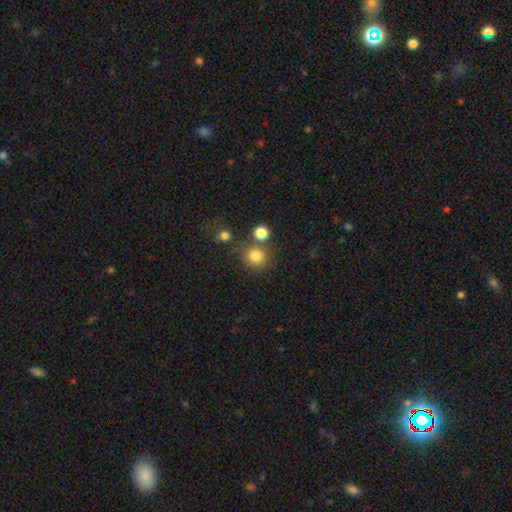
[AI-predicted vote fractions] smooth-or-featured: smooth: 80% | star or artifact: 13% | featured or disk: 7%
  how-rounded: round: 87% | in between: 12% | cigar-shaped: 1%
  merging: none: 67% | merger: 18% | minor disturbance: 11% | major disturbance: 5%